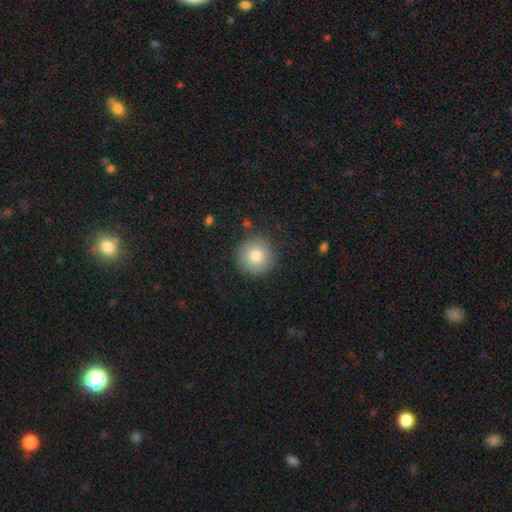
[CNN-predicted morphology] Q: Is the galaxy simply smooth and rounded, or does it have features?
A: smooth — 80%.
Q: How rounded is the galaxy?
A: round — 95%.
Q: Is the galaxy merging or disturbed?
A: none — 87%.